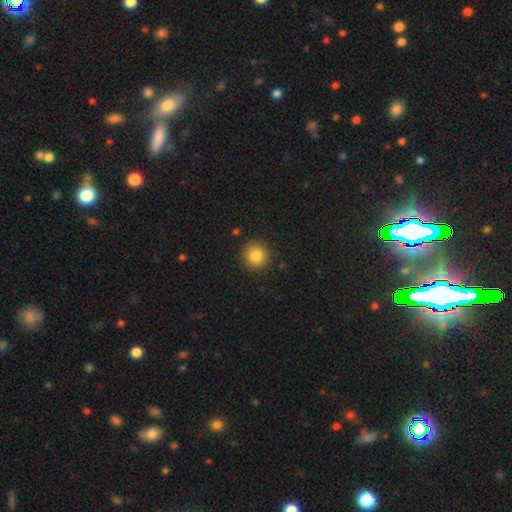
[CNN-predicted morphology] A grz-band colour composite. It shows a smooth galaxy with no disk features (84%) that is round (94%). Merging: none (91%).